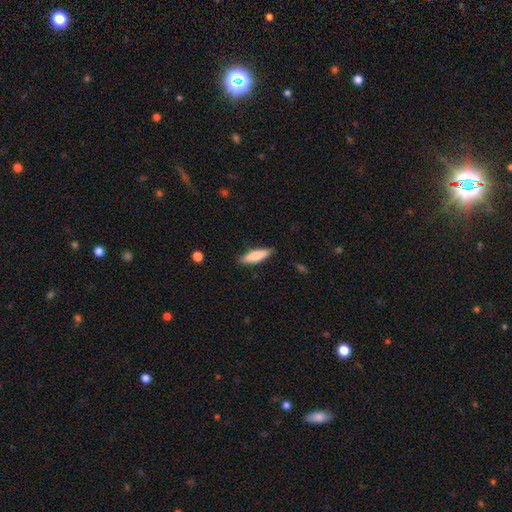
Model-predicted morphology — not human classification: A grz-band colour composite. It shows a smooth galaxy with no disk features (79%) that is cigar-shaped (57%). Merging: none (86%).